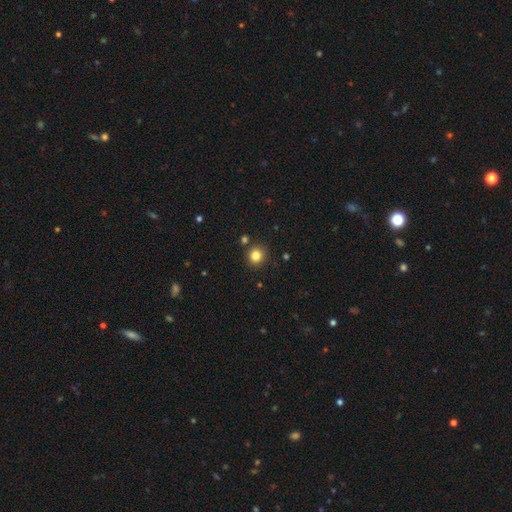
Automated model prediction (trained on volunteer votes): A smooth galaxy with no disk features (82%) that is round (90%). Merging: none (87%).